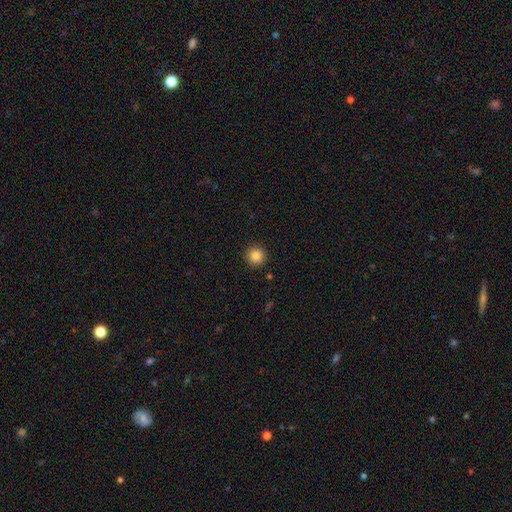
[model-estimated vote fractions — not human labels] smooth 86%, star or artifact 10%, featured or disk 4%. Down the decision tree: how rounded — round (95%); merging — none (92%).